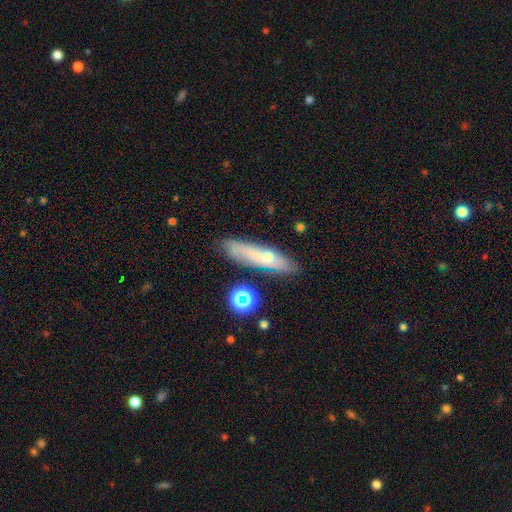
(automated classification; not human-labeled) Morphology: type=smooth (46%); merging=none (77%).